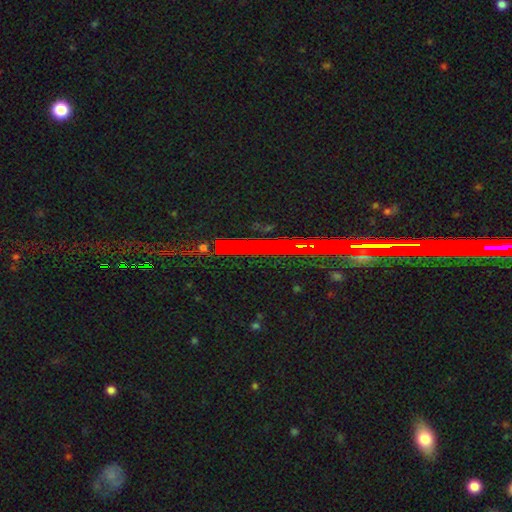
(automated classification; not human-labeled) A star or artifact, not a galaxy (73%).

Vote fractions:
- Smooth or featured? star or artifact: 73% / featured or disk: 19% / smooth: 8%